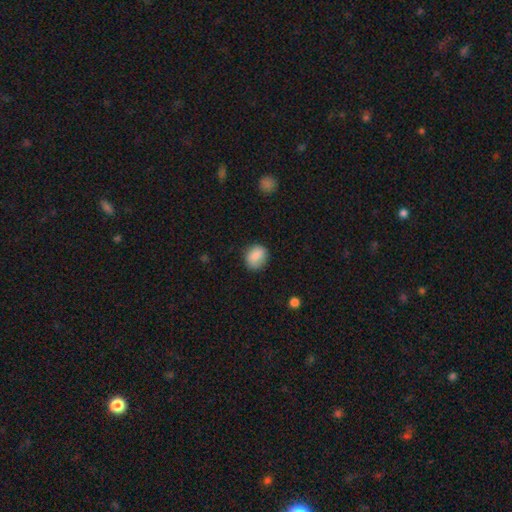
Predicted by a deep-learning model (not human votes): Overall: smooth (86%). How rounded: round (58%; in between 41%). Merging: none (80%).